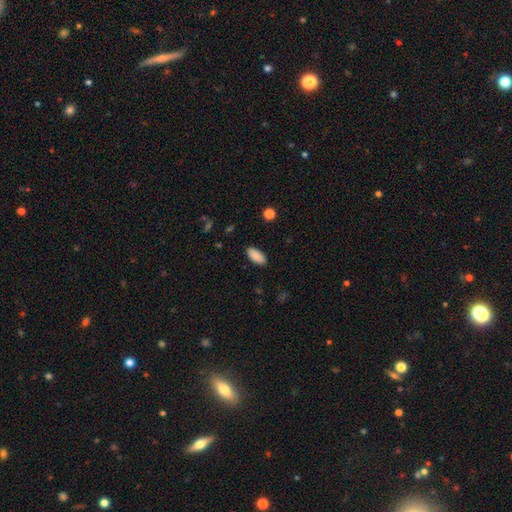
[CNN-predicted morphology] The model was most divided on "merging": none: 89%, minor disturbance: 8%, major disturbance: 2%, merger: 1%. More confident: how rounded — in between (92%); smooth or featured — smooth (90%).